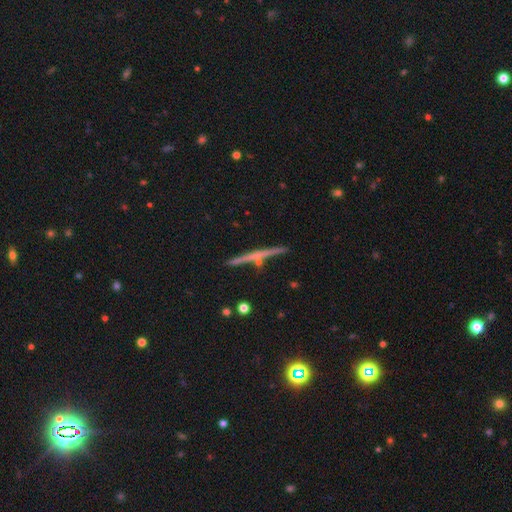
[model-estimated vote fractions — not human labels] Smooth or featured?
  - featured or disk: 63% *
  - smooth: 29%
  - star or artifact: 8%
Edge-on disk?
  - yes: 97% *
  - no: 3%
Edge-on bulge?
  - none: 74% *
  - rounded: 19%
  - boxy: 7%
Merging?
  - none: 82% *
  - minor disturbance: 10%
  - merger: 5%
  - major disturbance: 3%